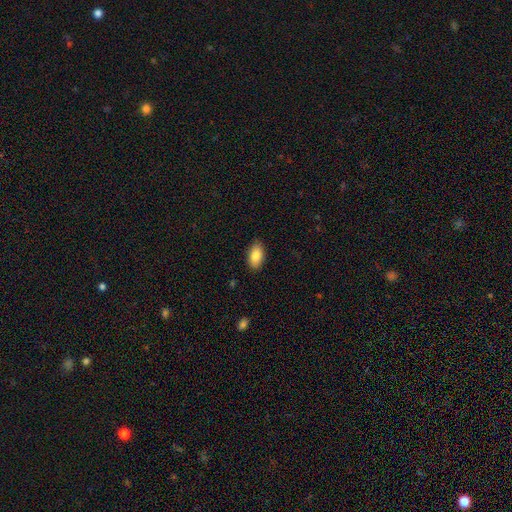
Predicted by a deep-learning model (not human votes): Overall: smooth (86%). How rounded: in between (93%). Merging: none (88%).